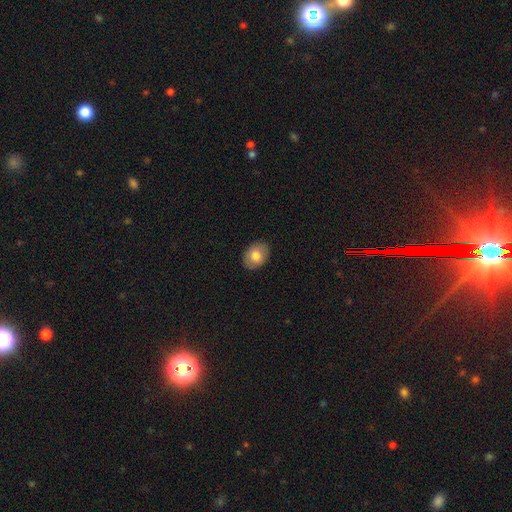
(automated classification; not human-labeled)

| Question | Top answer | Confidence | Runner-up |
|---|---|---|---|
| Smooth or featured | smooth | 77% | featured or disk (16%) |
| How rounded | in between | 68% | round (31%) |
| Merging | none | 88% | minor disturbance (9%) |